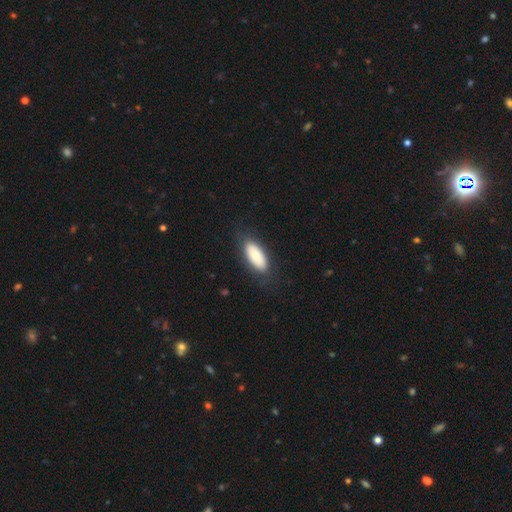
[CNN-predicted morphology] Overall: smooth (82%). How rounded: in between (86%). Merging: none (80%).